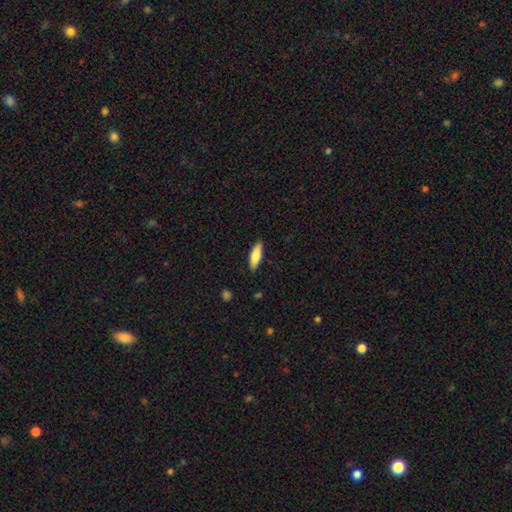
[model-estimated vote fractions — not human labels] Overall: smooth (79%). How rounded: in between (49%, tied with cigar-shaped). Merging: none (87%).